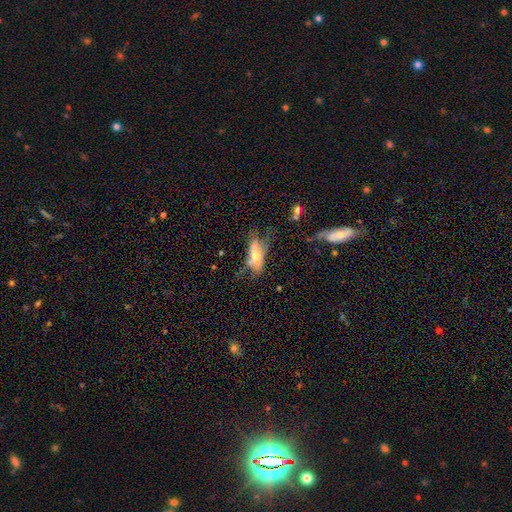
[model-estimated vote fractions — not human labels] Smooth or featured? smooth (50%)
How rounded? in between (79%)
Merging? none (38%)